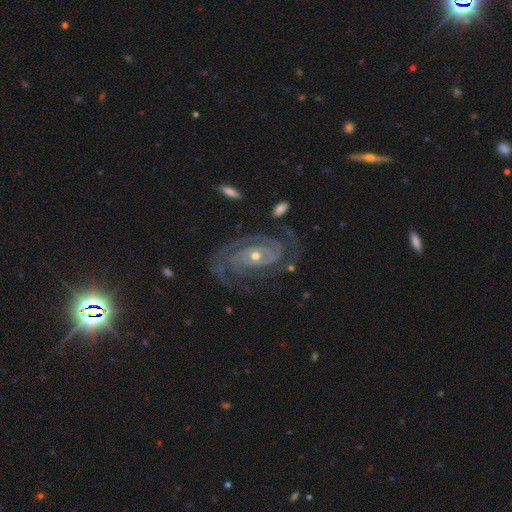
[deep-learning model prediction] Q: Smooth or featured?
A: featured or disk (90%); runner-up: star or artifact (7%)
Q: Edge-on disk?
A: no (97%); runner-up: yes (3%)
Q: Bar?
A: no (59%); runner-up: weak (28%)
Q: Spiral arms?
A: yes (98%); runner-up: no (2%)
Q: Spiral winding?
A: tight (65%); runner-up: medium (29%)
Q: Spiral arm count?
A: 2 (71%); runner-up: 3 (11%)
Q: Bulge size?
A: small (61%); runner-up: moderate (35%)
Q: Merging?
A: none (76%); runner-up: minor disturbance (15%)